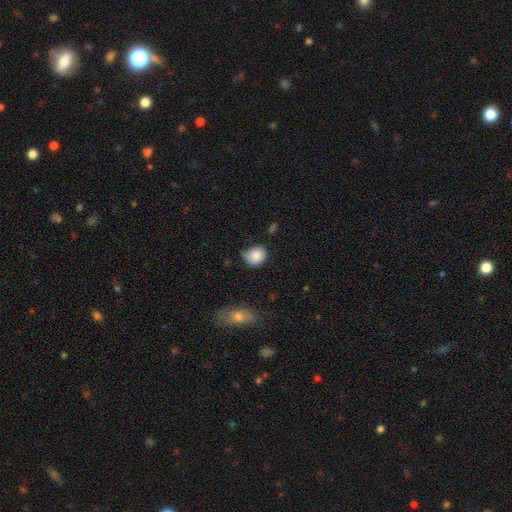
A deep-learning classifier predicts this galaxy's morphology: This is clearly a smooth galaxy (85%). How rounded: likely round (72%). Merging: possibly none (51%).